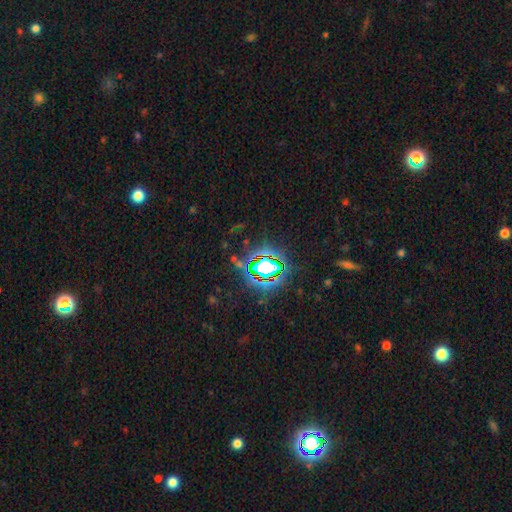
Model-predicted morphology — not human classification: star or artifact 81%, smooth 10%, featured or disk 9%.